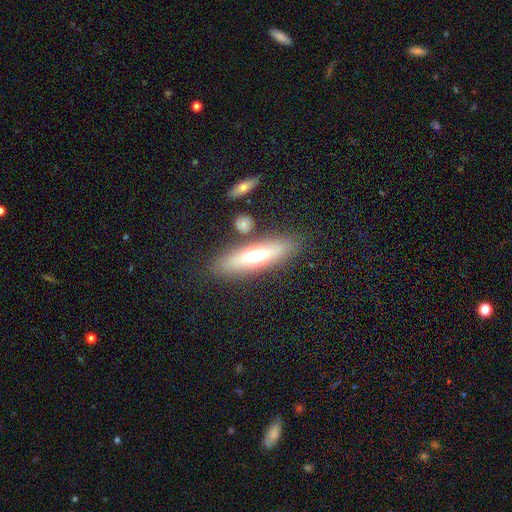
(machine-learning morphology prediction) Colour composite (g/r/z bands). It shows a smooth galaxy with no disk features (53%) that is cigar-shaped (54%). Merging: none (82%).